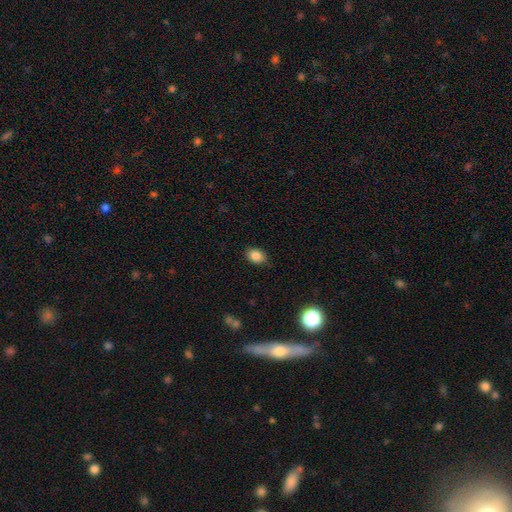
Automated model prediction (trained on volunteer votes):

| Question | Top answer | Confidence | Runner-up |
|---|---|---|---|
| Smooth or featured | smooth | 85% | star or artifact (10%) |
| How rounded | in between | 67% | round (32%) |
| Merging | none | 83% | minor disturbance (14%) |